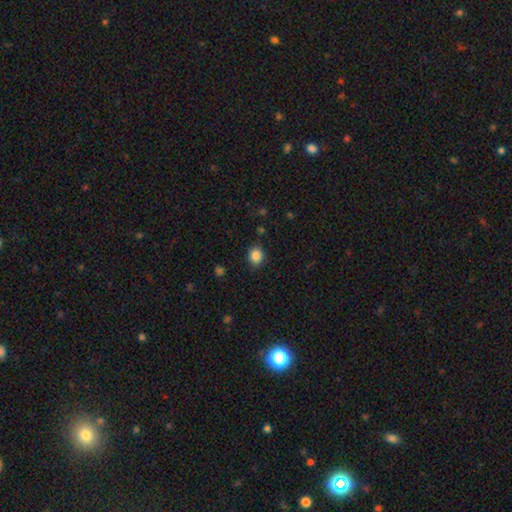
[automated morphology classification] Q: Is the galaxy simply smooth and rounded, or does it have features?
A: smooth — 85%.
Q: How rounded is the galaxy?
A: round — 60%.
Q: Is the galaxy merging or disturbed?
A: none — 86%.